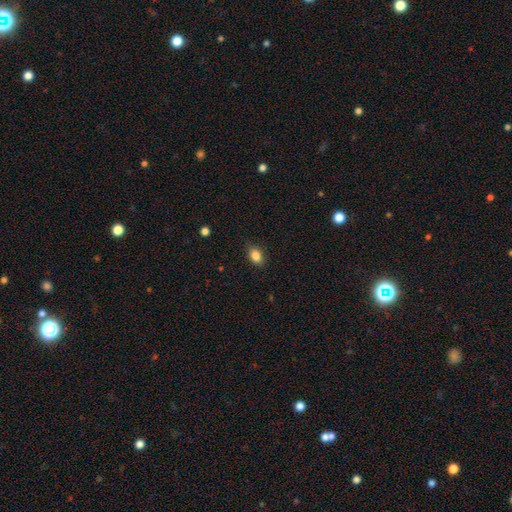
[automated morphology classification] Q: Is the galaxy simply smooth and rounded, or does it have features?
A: smooth — 85%.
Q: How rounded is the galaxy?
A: in between — 80%.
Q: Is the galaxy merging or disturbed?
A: none — 83%.